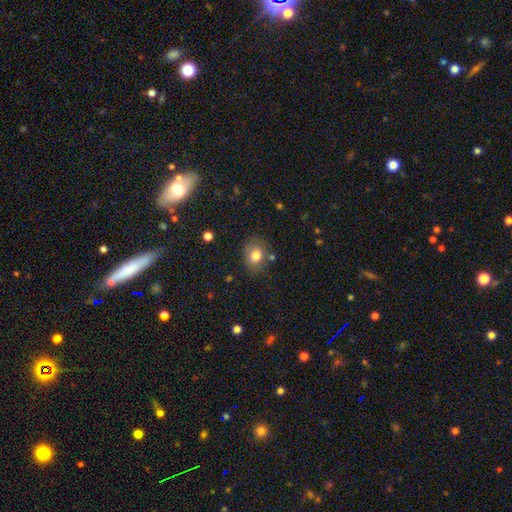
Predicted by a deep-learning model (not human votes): A smooth galaxy with no disk features (78%) that is in between round and cigar-shaped (52%).

Vote fractions:
- Smooth or featured? smooth: 78% / featured or disk: 12% / star or artifact: 10%
- How rounded? in between: 52% / round: 47% / cigar-shaped: 1%
- Merging? none: 74% / minor disturbance: 17% / major disturbance: 5% / merger: 5%